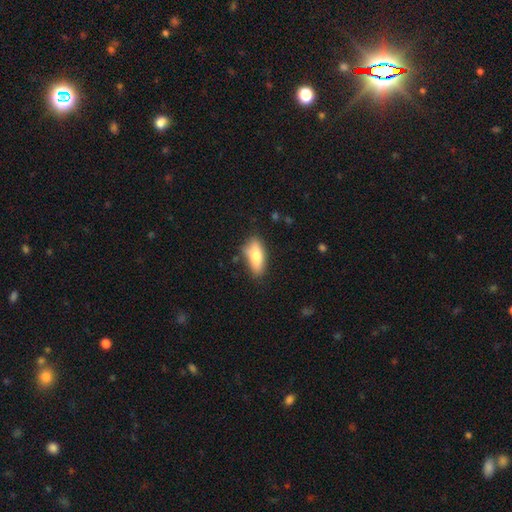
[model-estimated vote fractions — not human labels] This appears to be a smooth galaxy with no disk features (76%) that is in between round and cigar-shaped (71%). Merging: none (73%).